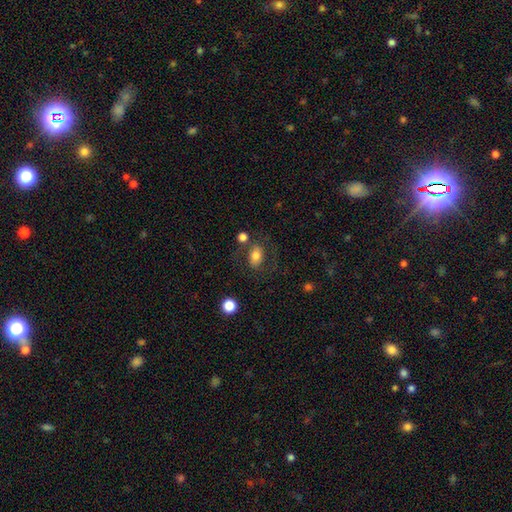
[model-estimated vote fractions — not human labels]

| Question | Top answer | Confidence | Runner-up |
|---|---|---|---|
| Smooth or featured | smooth | 71% | featured or disk (20%) |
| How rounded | in between | 78% | round (21%) |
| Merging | none | 61% | minor disturbance (16%) |